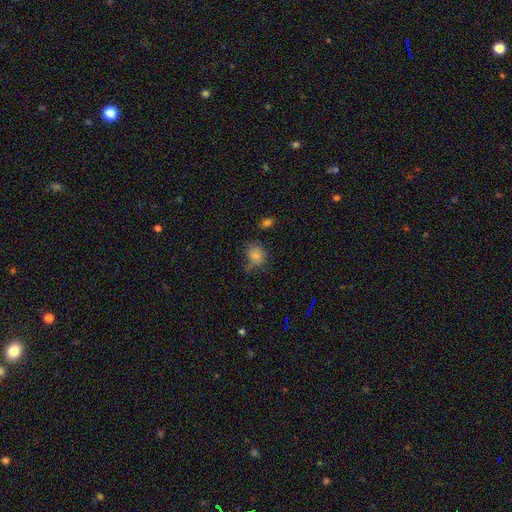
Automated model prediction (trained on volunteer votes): This is likely a smooth galaxy (74%). How rounded: possibly round (51%). Merging: possibly none (53%).